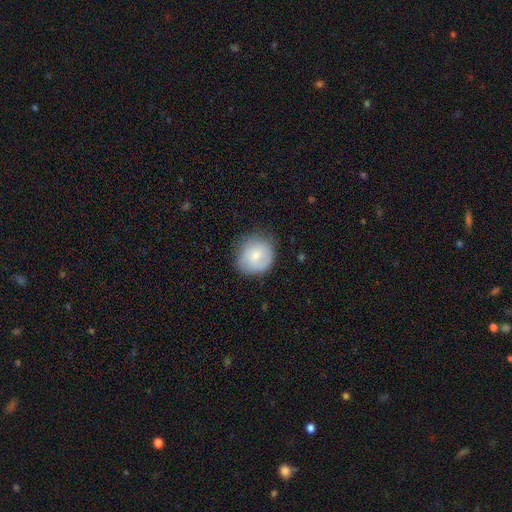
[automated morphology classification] A smooth galaxy with no disk features (73%) that is round (87%). Merging: none (73%).